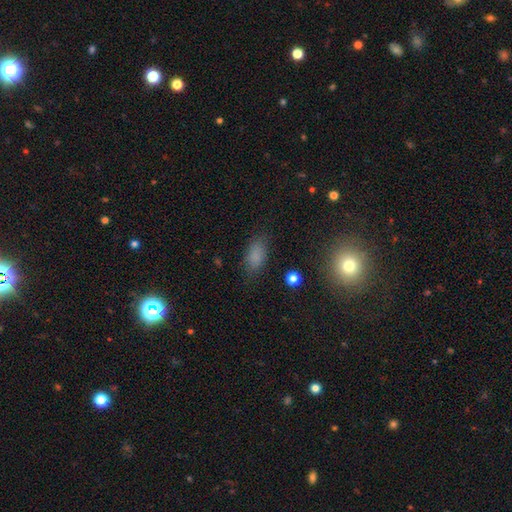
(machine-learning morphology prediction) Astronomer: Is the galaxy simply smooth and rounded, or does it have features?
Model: smooth — 79%.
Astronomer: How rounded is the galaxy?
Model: in between — 89%.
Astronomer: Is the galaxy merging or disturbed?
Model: none — 76%.